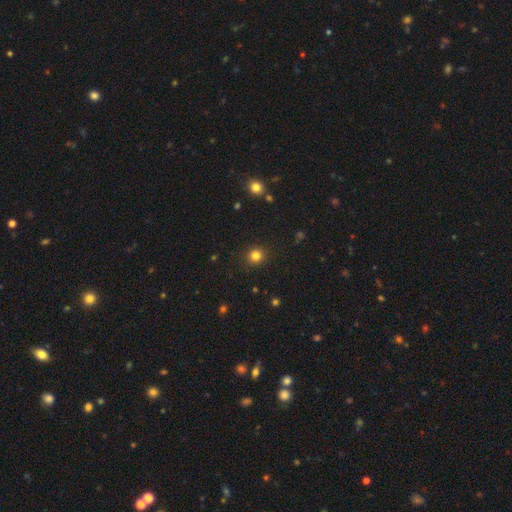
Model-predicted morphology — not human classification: Smooth or featured? Predicted: smooth (p=0.82). How rounded? Predicted: round (p=0.89). Merging? Predicted: none (p=0.90).